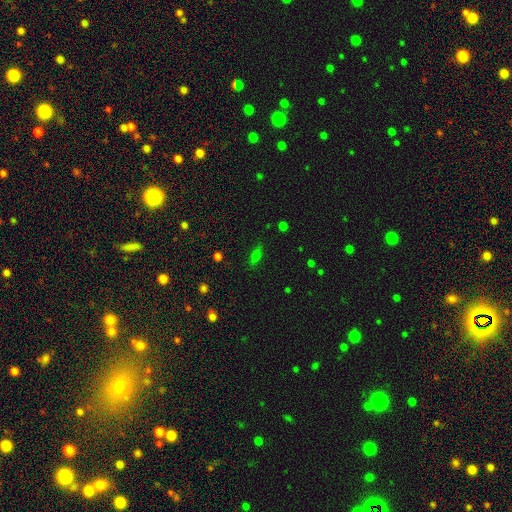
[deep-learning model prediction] The model was most divided on "smooth or featured": smooth: 55%, featured or disk: 24%, star or artifact: 21%. More confident: merging — none (82%); how rounded — in between (61%).